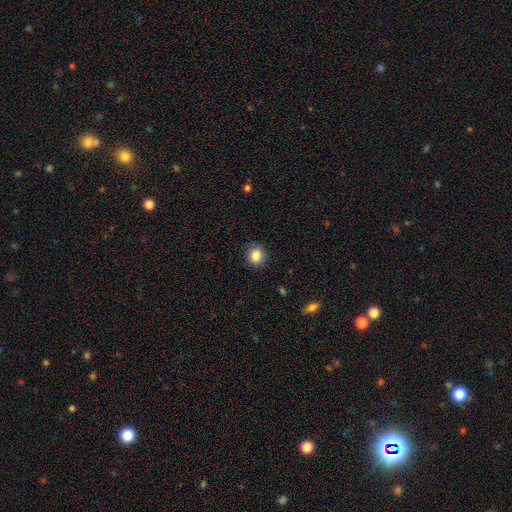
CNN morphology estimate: Smooth or featured? smooth (86%)
How rounded? round (83%)
Merging? none (86%)